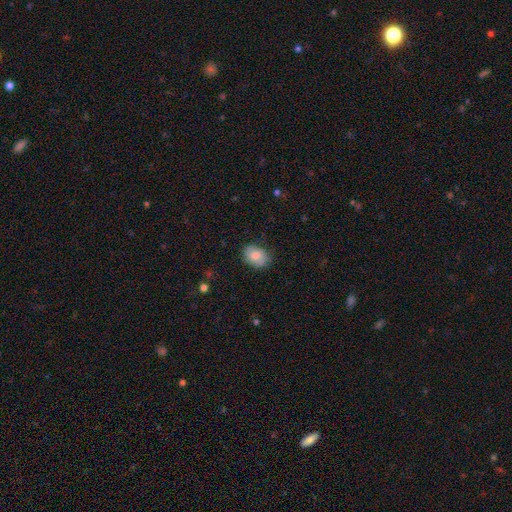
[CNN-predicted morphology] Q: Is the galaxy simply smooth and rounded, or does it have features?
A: smooth — 81%.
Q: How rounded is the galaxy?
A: in between — 70%.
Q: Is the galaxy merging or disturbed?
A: none — 75%.